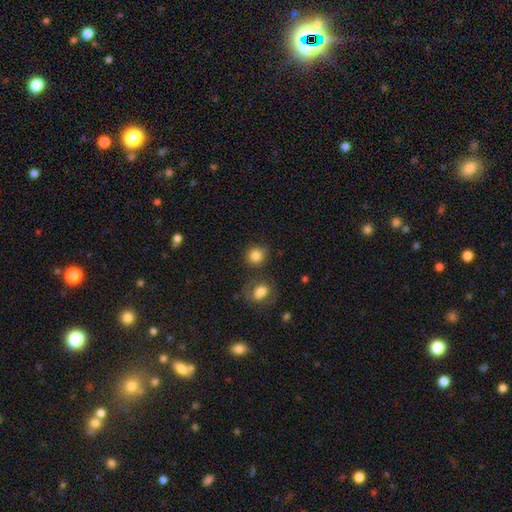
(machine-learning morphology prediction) type=smooth (83%); roundness=round (85%); merging=none (70%).